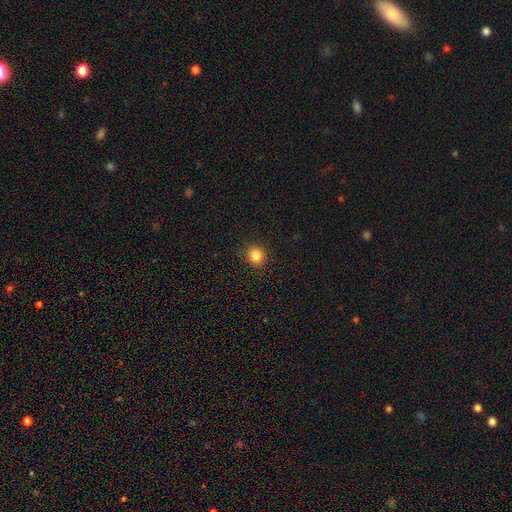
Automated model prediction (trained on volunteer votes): A smooth galaxy with no disk features (83%) that is round (88%).

Vote fractions:
- Smooth or featured? smooth: 83% / star or artifact: 12% / featured or disk: 5%
- How rounded? round: 88% / in between: 12% / cigar-shaped: 1%
- Merging? none: 90% / minor disturbance: 7% / major disturbance: 2% / merger: 1%